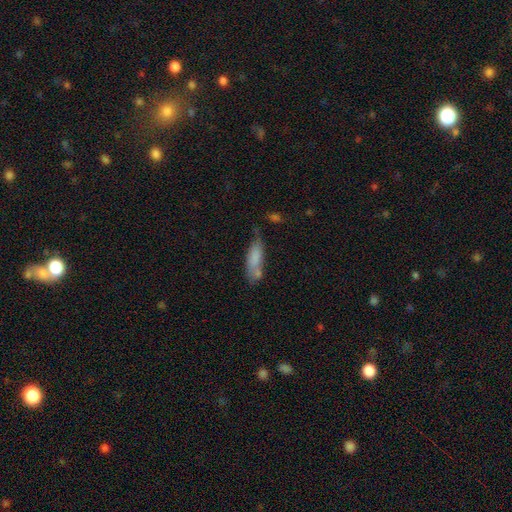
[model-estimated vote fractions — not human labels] Smooth or featured? smooth (72%)
How rounded? cigar-shaped (54%)
Merging? none (50%)